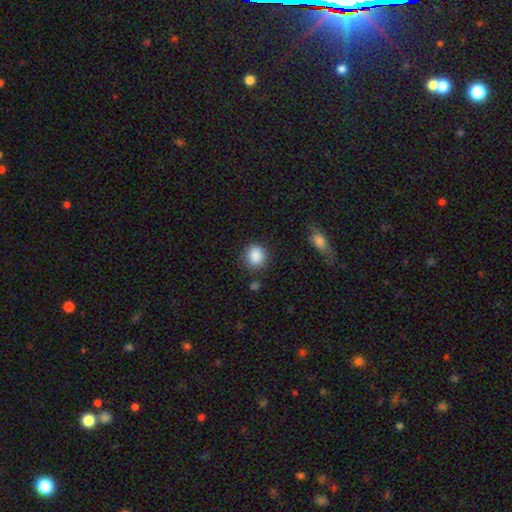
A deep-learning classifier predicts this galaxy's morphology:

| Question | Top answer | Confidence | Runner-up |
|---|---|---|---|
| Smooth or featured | smooth | 88% | star or artifact (8%) |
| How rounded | round | 78% | in between (21%) |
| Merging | none | 81% | minor disturbance (12%) |